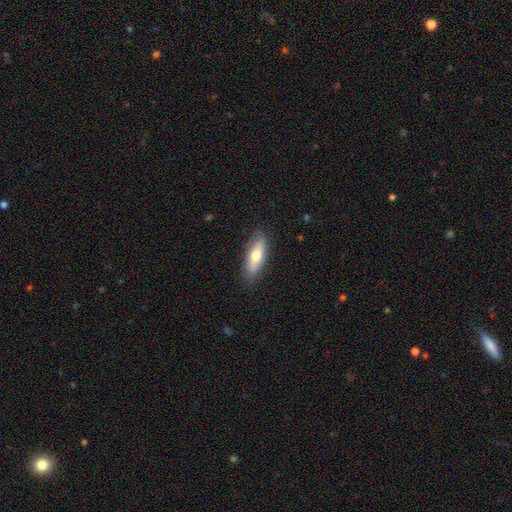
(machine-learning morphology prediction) A smooth galaxy with no disk features (67%) that is in between round and cigar-shaped (61%). Merging: none (84%).